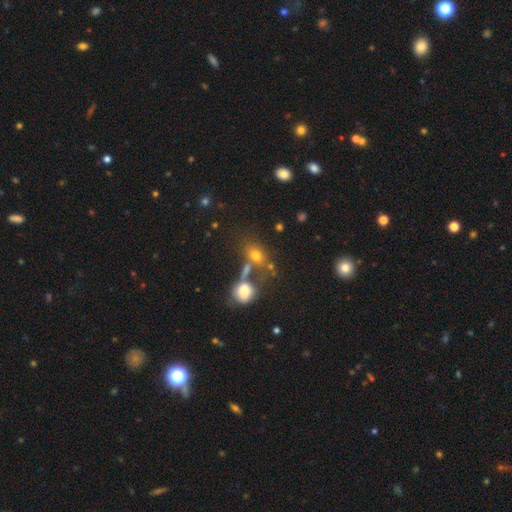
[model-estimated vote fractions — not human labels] Smooth or featured? smooth (71%)
How rounded? in between (66%)
Merging? none (44%)